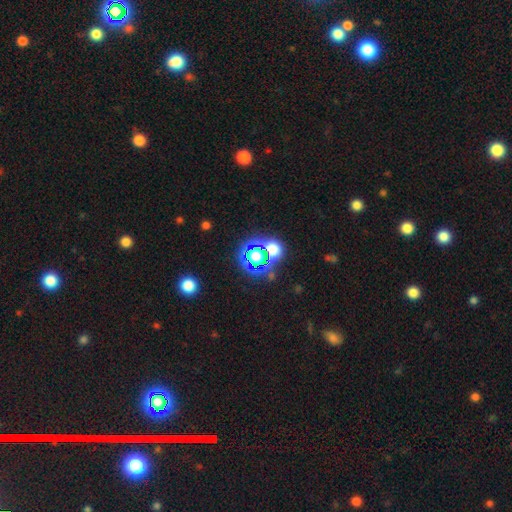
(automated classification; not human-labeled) This appears to be a star or artifact, not a galaxy (57%).